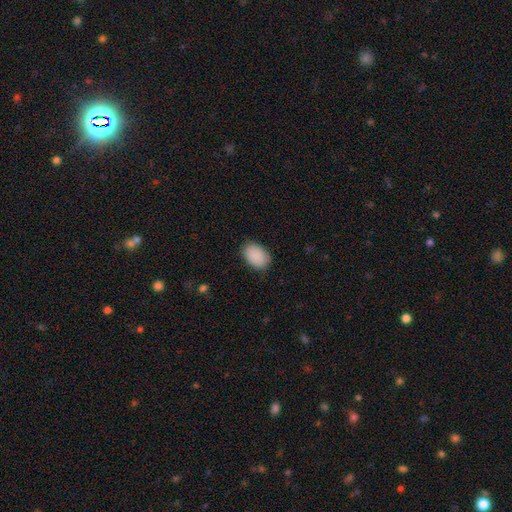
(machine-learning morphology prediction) Smooth or featured? smooth (90%)
How rounded? in between (86%)
Merging? none (85%)